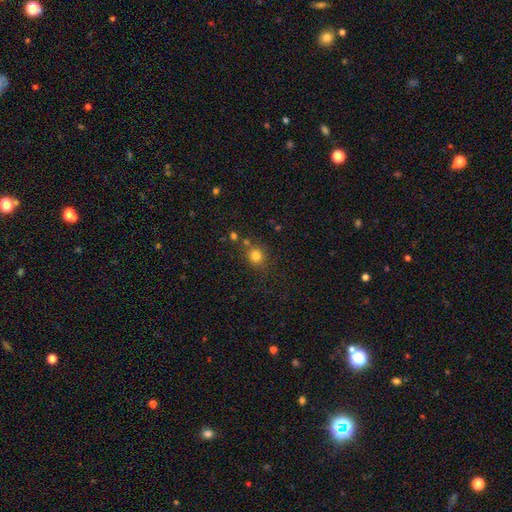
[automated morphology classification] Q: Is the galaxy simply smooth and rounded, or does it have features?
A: smooth — 80%.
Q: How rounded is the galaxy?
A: round — 83%.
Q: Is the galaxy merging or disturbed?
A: none — 74%.